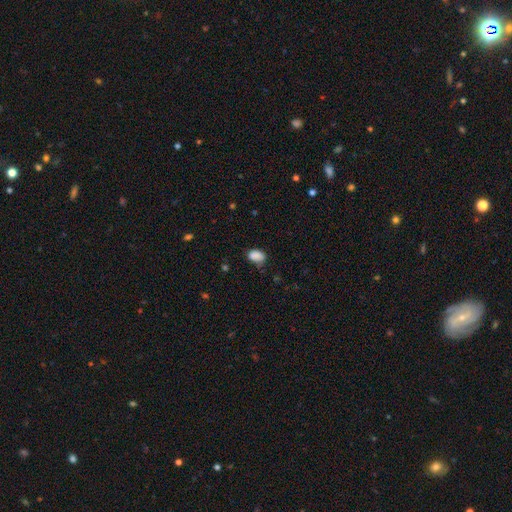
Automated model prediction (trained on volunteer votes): smooth 87%, star or artifact 9%, featured or disk 4%. Down the decision tree: how rounded — in between (84%); merging — none (63%).